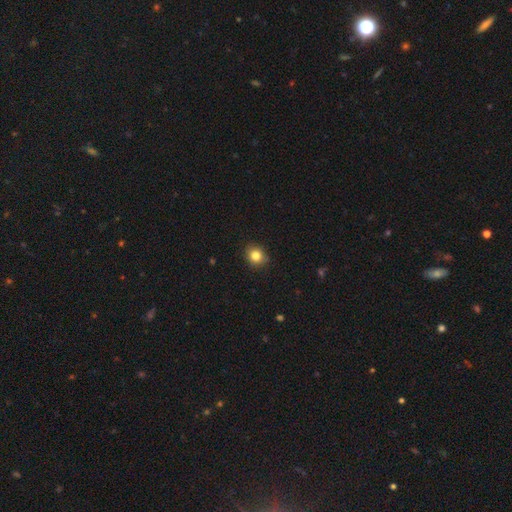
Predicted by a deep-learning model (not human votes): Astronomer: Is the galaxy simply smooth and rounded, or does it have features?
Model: smooth — 83%.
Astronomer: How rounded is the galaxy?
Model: round — 77%.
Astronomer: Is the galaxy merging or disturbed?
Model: none — 84%.